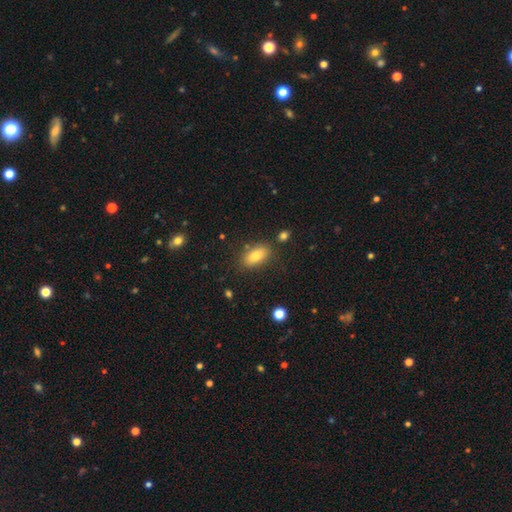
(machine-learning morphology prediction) smooth 82%, featured or disk 9%, star or artifact 9%. Down the decision tree: how rounded — in between (88%); merging — none (82%).